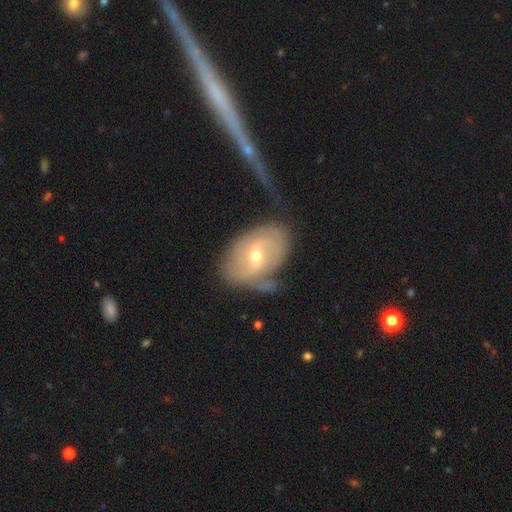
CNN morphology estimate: Smooth or featured? featured or disk (68%)
Edge-on disk? no (93%)
Bar? weak (48%)
Spiral arms? yes (71%)
Bulge size? moderate (53%)
Merging? none (45%)